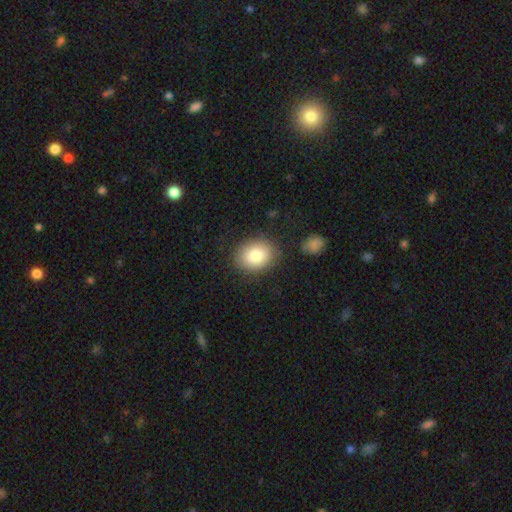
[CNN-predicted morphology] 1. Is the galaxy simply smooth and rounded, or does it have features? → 84% smooth, 8% featured or disk, 8% star or artifact.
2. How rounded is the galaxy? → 54% in between, 45% round, 1% cigar-shaped.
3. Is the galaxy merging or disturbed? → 83% none, 11% minor disturbance, 3% major disturbance, 3% merger.